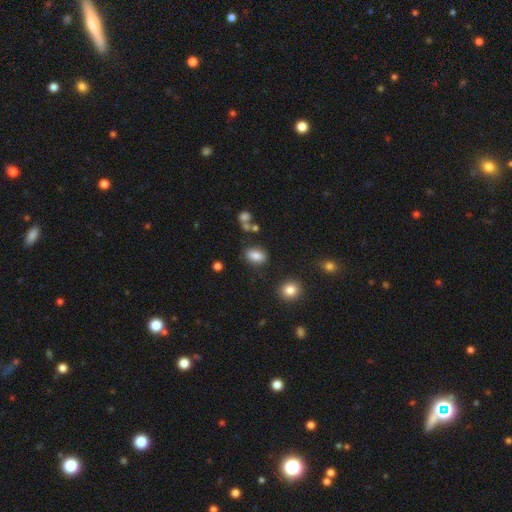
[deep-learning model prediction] This appears to be a smooth galaxy with no disk features (83%) that is in between round and cigar-shaped (86%). Merging: none (77%).